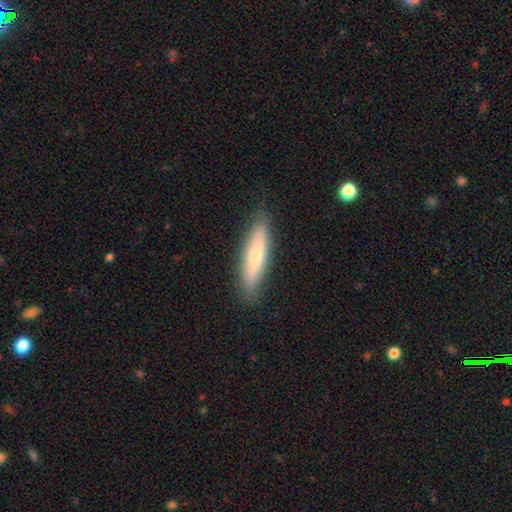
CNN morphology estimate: A smooth galaxy with no disk features (65%) that is cigar-shaped (76%). Merging: none (86%).